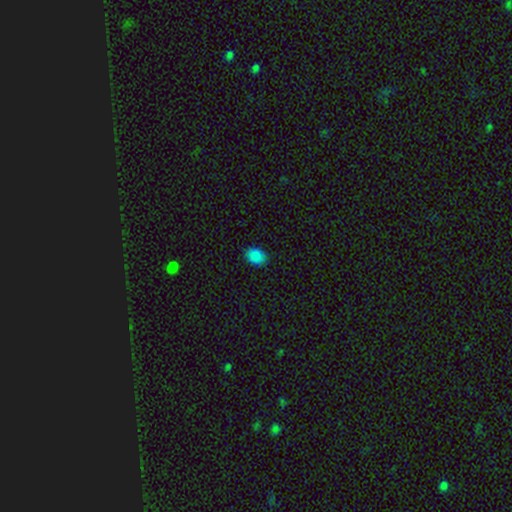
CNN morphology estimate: This appears to be a smooth galaxy with no disk features (87%) that is in between round and cigar-shaped (68%). Merging: none (88%).